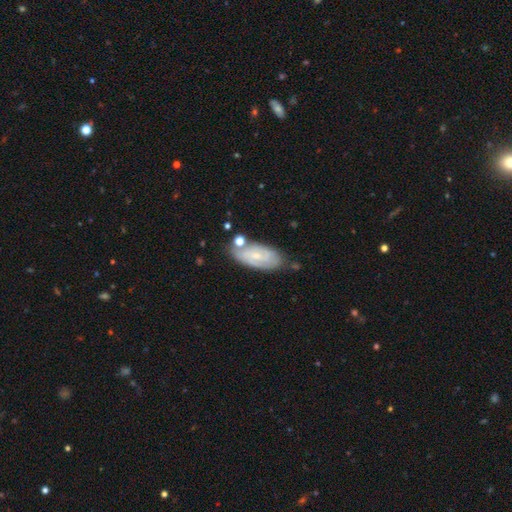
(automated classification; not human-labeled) smooth-or-featured: featured or disk: 60% | smooth: 33% | star or artifact: 8%
  disk-edge-on: no: 91% | yes: 9%
    bar: no: 52% | weak: 39% | strong: 9%
    has-spiral-arms: yes: 81% | no: 19%
    bulge-size: small: 69% | moderate: 22% | none: 7% | large: 1% | dominant: 1%
  merging: none: 66% | minor disturbance: 20% | merger: 9% | major disturbance: 5%